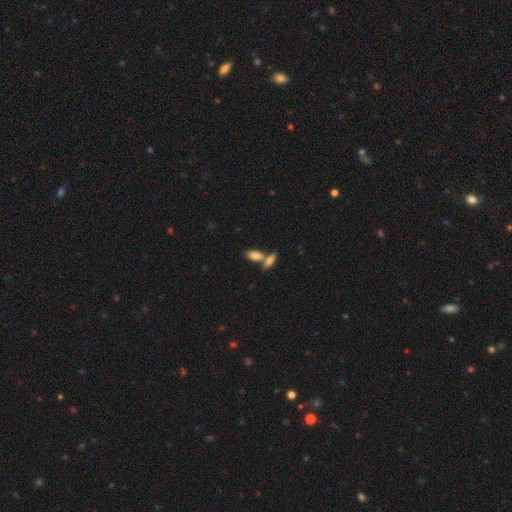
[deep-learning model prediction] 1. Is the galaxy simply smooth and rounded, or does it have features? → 81% smooth, 12% featured or disk, 8% star or artifact.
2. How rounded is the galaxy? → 86% in between, 10% cigar-shaped, 4% round.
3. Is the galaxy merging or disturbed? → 48% merger, 40% none, 8% minor disturbance, 3% major disturbance.